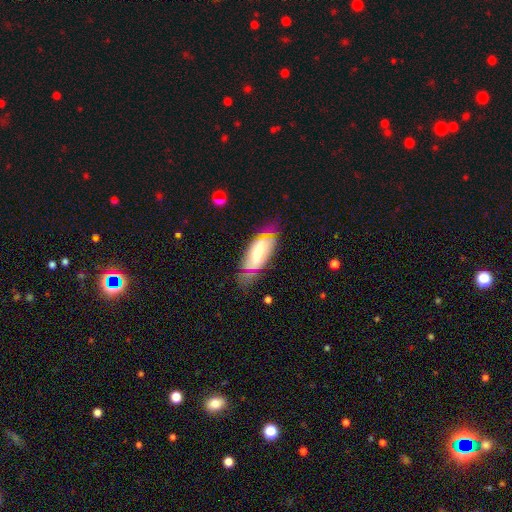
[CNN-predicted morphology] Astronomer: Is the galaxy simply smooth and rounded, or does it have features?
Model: featured or disk — 48% (runner-up: smooth, 43%).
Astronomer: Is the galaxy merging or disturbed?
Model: none — 55%.